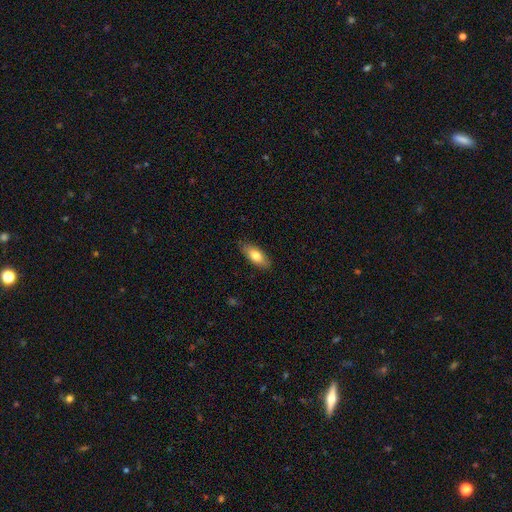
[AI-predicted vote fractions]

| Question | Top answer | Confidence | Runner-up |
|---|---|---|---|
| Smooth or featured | smooth | 75% | featured or disk (18%) |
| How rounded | in between | 79% | cigar-shaped (18%) |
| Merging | none | 86% | minor disturbance (11%) |